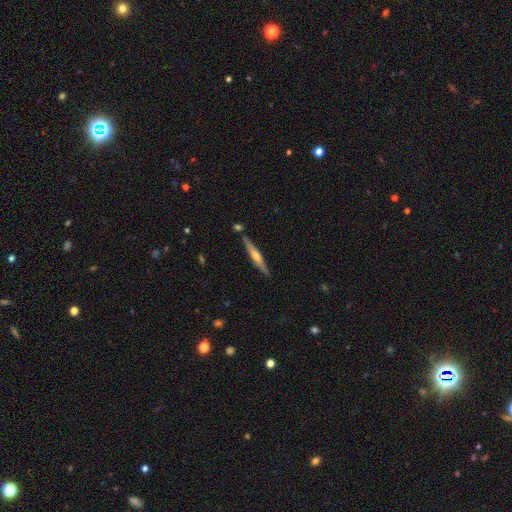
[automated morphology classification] Smooth or featured: featured or disk — 66% (smooth — 28%)
Edge-on disk: yes — 97% (no — 3%)
Edge-on bulge: rounded — 81% (none — 13%)
Merging: none — 87% (minor disturbance — 8%)